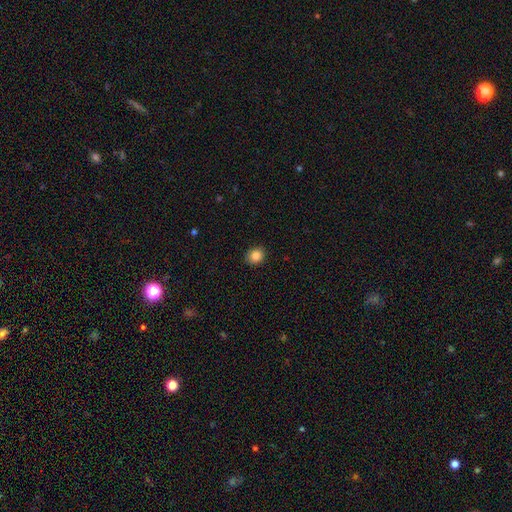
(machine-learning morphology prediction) smooth_or_featured: smooth (p=0.85) [alt: star or artifact p=0.10]
how_rounded: round (p=0.63) [alt: in between p=0.36]
merging: none (p=0.88) [alt: minor disturbance p=0.09]